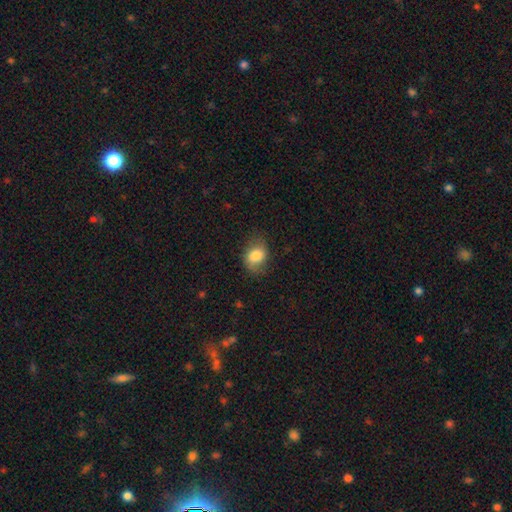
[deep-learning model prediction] Smooth or featured? smooth (77%)
How rounded? in between (68%)
Merging? none (68%)